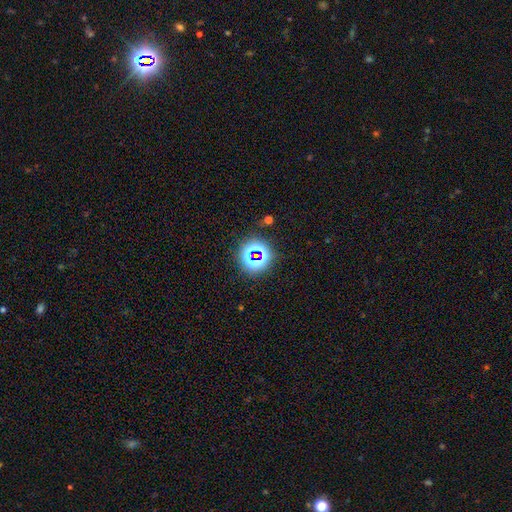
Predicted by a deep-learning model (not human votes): This appears to be a star or artifact, not a galaxy (65%).